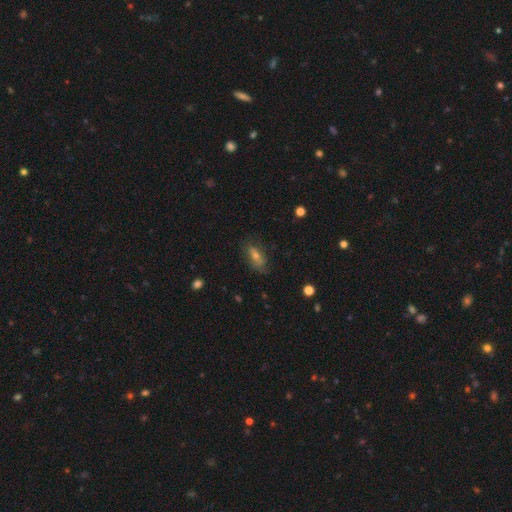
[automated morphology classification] Q: Smooth or featured?
A: smooth (42%); tied with: featured or disk (42%)
Q: Merging?
A: none (71%); runner-up: minor disturbance (19%)